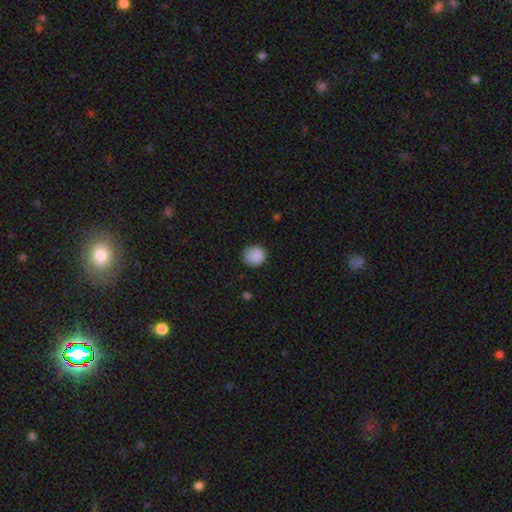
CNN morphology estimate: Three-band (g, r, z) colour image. It shows a smooth galaxy with no disk features (88%) that is round (89%). Merging: none (82%).